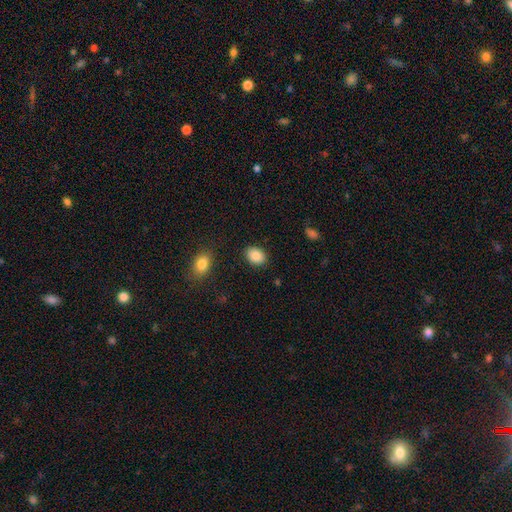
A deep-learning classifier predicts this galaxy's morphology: Overall: smooth (88%). How rounded: in between (78%). Merging: none (87%).